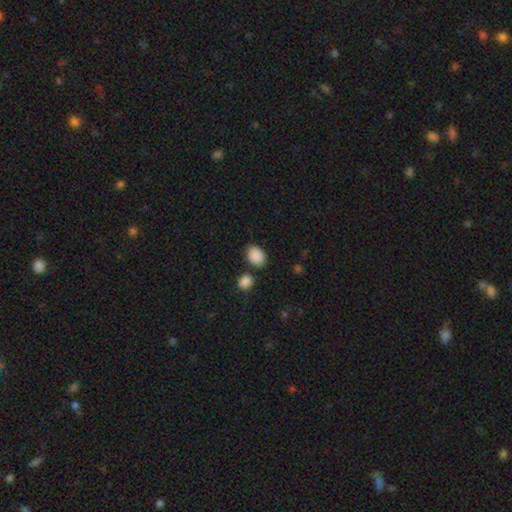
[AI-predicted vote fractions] A smooth galaxy with no disk features (89%) that is in between round and cigar-shaped (72%).

Vote fractions:
- Smooth or featured? smooth: 89% / star or artifact: 8% / featured or disk: 3%
- How rounded? in between: 72% / round: 27% / cigar-shaped: 1%
- Merging? none: 76% / minor disturbance: 12% / merger: 8% / major disturbance: 3%